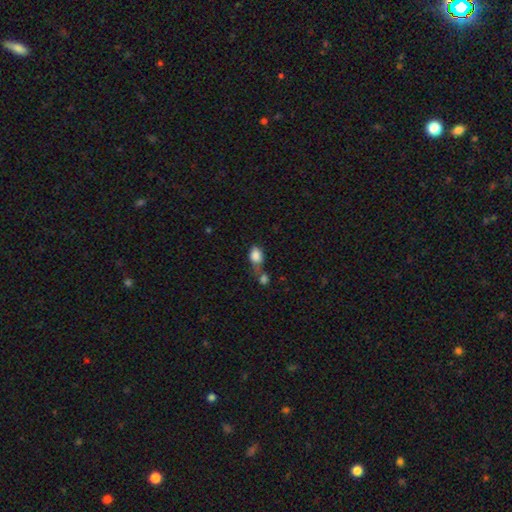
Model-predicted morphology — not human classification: smooth_or_featured: smooth (p=0.84) [alt: star or artifact p=0.09]
how_rounded: in between (p=0.75) [alt: round p=0.23]
merging: merger (p=0.42) [alt: none p=0.33]